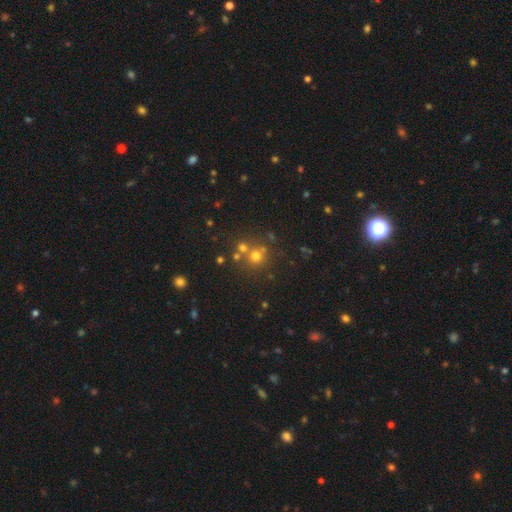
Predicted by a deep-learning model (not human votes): smooth 64%, star or artifact 23%, featured or disk 12%. Down the decision tree: how rounded — round (90%); merging — none (63%).